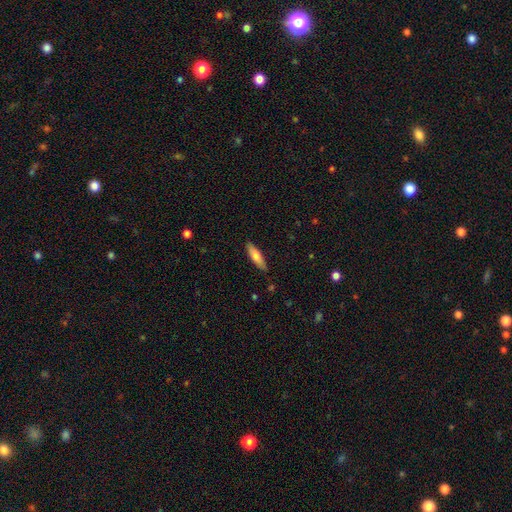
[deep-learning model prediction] Morphology: type=smooth (72%); roundness=cigar-shaped (61%); merging=none (86%).